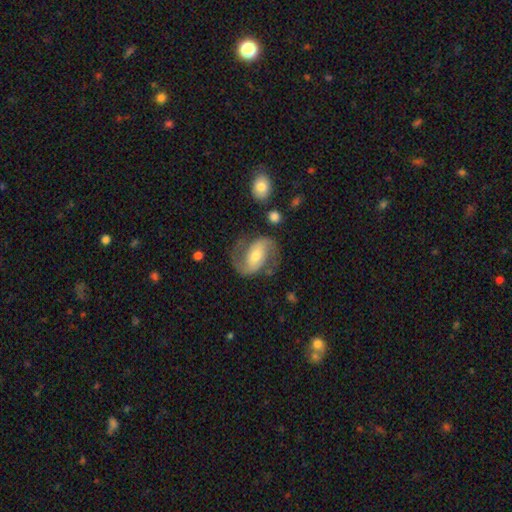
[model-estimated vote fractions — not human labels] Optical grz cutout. It shows a featured or disk galaxy (83%) with a strong bar (37%, tied with weak), 2 (91%) medium (53%) spiral arms (94%) and a moderate central bulge (57%). Merging: none (73%).